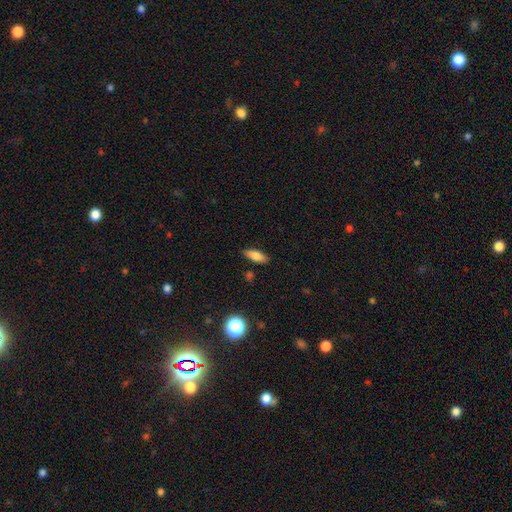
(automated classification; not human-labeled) Smooth or featured? smooth (78%)
How rounded? in between (71%)
Merging? none (83%)